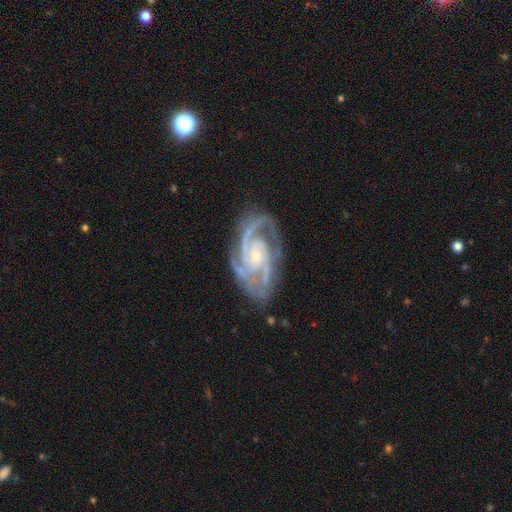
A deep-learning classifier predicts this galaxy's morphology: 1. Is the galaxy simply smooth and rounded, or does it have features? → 92% featured or disk, 4% star or artifact, 3% smooth.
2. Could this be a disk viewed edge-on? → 97% no, 3% yes.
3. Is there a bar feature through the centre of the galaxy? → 63% no, 28% weak, 9% strong.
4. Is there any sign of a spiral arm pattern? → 98% yes, 2% no.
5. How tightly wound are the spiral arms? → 55% tight, 40% medium, 5% loose.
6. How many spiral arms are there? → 39% 3, 36% 2, 8% can't tell, 7% 4, 4% 1, 4% more than 4.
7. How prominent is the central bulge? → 72% small, 23% moderate, 3% none, 1% large, 1% dominant.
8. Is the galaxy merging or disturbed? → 72% none, 18% minor disturbance, 8% major disturbance, 2% merger.